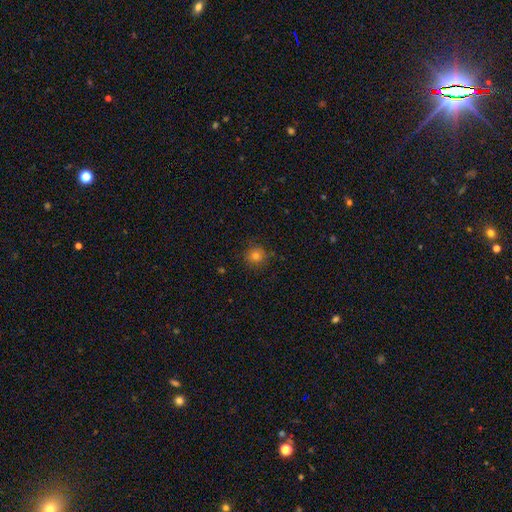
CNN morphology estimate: smooth-or-featured: smooth: 76% | star or artifact: 16% | featured or disk: 8%
  how-rounded: round: 92% | in between: 7% | cigar-shaped: 1%
  merging: none: 85% | minor disturbance: 11% | major disturbance: 3% | merger: 1%